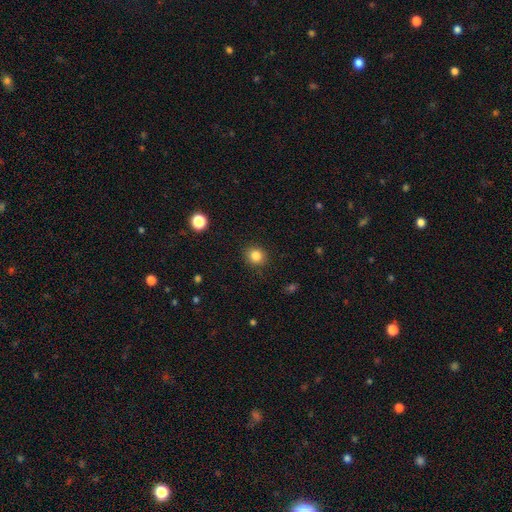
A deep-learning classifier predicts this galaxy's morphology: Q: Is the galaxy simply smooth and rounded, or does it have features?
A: smooth — 84%.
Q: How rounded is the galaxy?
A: round — 85%.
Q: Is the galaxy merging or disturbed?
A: none — 88%.